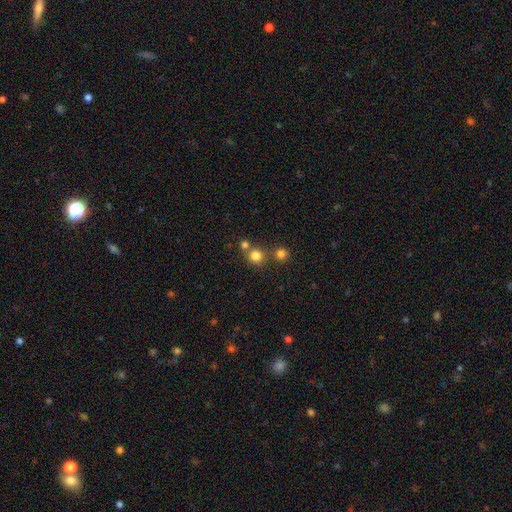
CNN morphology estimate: Smooth or featured? smooth (79%)
How rounded? round (91%)
Merging? none (68%)